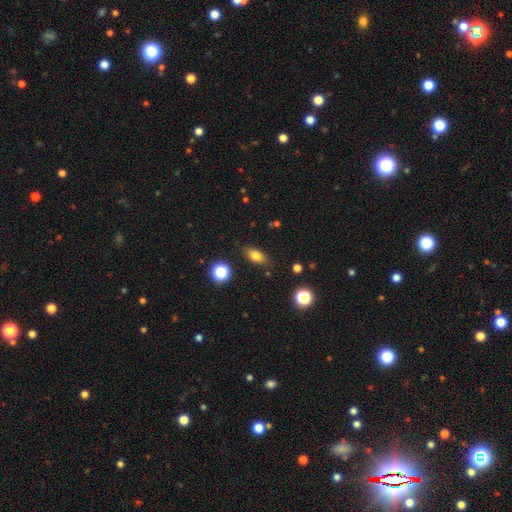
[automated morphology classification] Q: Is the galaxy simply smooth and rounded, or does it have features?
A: smooth — 77%.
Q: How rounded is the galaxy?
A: in between — 80%.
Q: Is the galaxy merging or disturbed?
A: none — 84%.